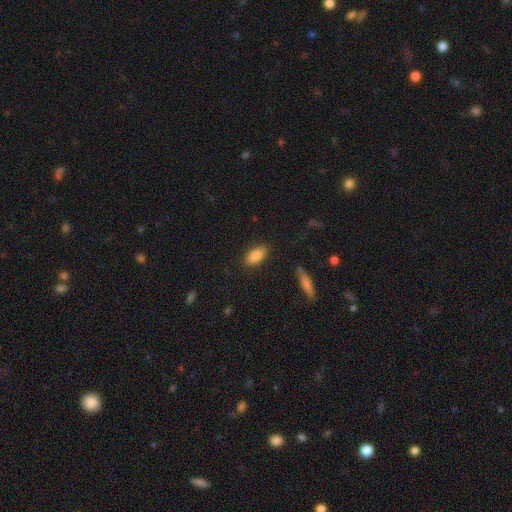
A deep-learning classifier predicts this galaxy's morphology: A smooth galaxy with no disk features (87%) that is in between round and cigar-shaped (90%).

Vote fractions:
- Smooth or featured? smooth: 87% / star or artifact: 7% / featured or disk: 6%
- How rounded? in between: 90% / cigar-shaped: 7% / round: 3%
- Merging? none: 85% / minor disturbance: 10% / major disturbance: 3% / merger: 2%